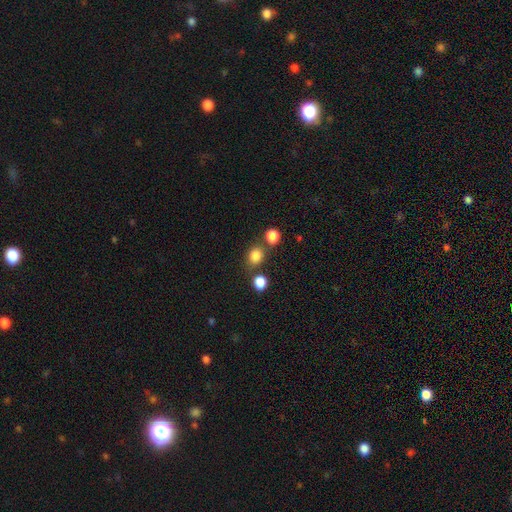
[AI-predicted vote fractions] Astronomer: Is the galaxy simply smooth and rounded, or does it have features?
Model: smooth — 83%.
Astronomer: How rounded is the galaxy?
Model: round — 61% (runner-up: in between, 38%).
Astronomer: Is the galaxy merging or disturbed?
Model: none — 71%.